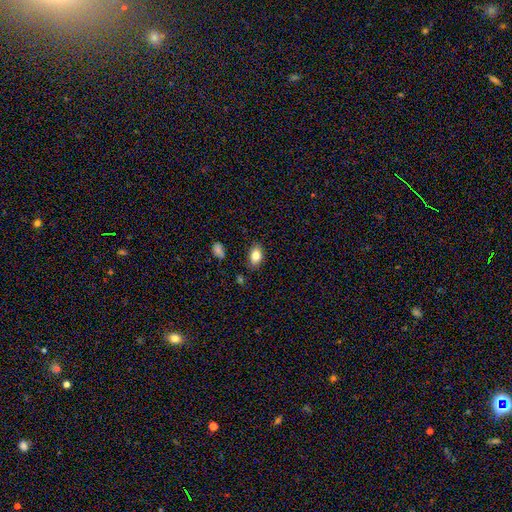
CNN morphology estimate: Smooth or featured?
  - smooth: 82% *
  - featured or disk: 9%
  - star or artifact: 9%
How rounded?
  - in between: 84% *
  - round: 14%
  - cigar-shaped: 2%
Merging?
  - none: 83% *
  - minor disturbance: 12%
  - major disturbance: 3%
  - merger: 2%